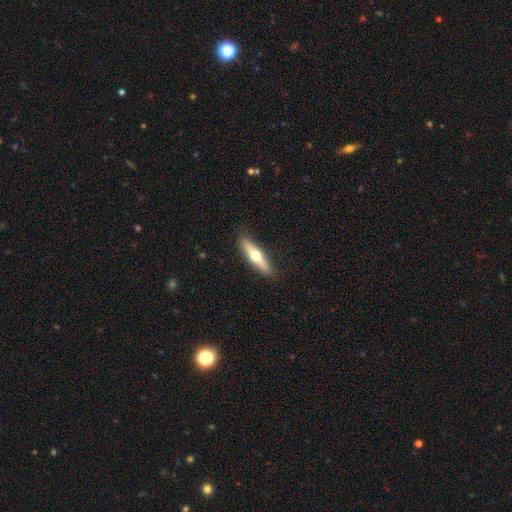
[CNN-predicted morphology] Smooth or featured?
  - featured or disk: 49% *
  - smooth: 46%
  - star or artifact: 5%
Merging?
  - none: 89% *
  - minor disturbance: 9%
  - major disturbance: 2%
  - merger: 1%